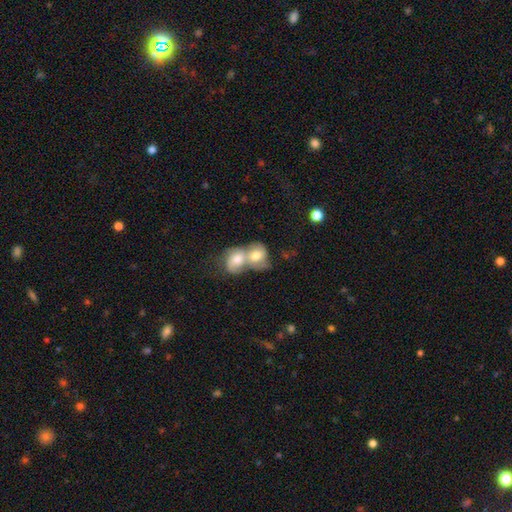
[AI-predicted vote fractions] The model was most divided on "how rounded": round: 51%, in between: 47%, cigar-shaped: 2%. More confident: merging — merger (84%); smooth or featured — smooth (60%).